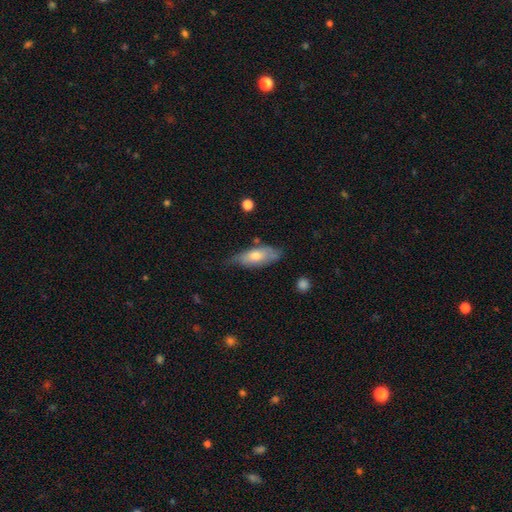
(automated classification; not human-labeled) This appears to be a smooth galaxy with no disk features (60%) that is in between round and cigar-shaped (74%). Merging: none (54%).